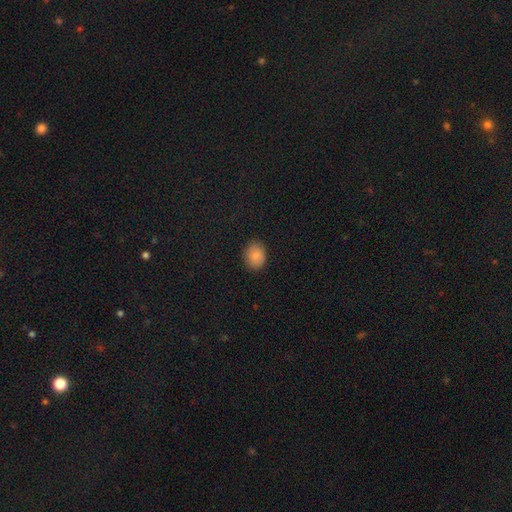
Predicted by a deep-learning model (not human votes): Overall: smooth (86%). How rounded: in between (53%; round 47%). Merging: none (86%).